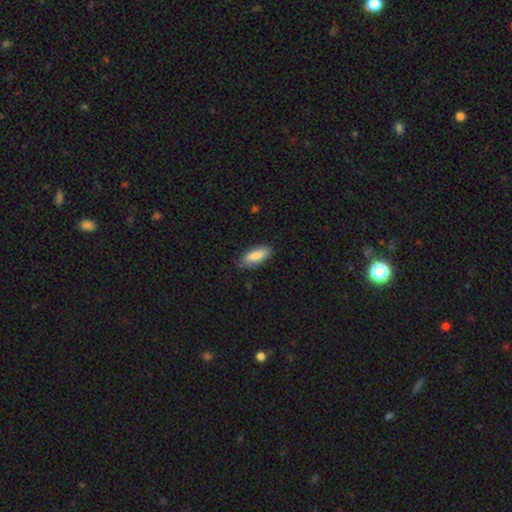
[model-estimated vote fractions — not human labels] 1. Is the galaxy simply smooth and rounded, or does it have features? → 85% smooth, 9% featured or disk, 6% star or artifact.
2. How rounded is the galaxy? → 72% in between, 26% cigar-shaped, 2% round.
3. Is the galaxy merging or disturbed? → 80% none, 16% minor disturbance, 3% major disturbance, 1% merger.